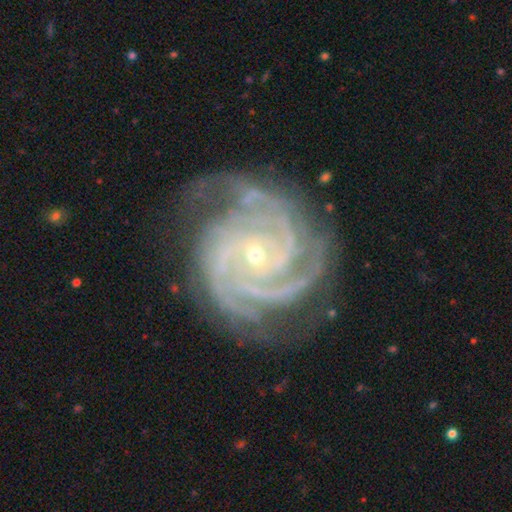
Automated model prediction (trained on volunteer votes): smooth-or-featured: featured or disk: 93% | star or artifact: 5% | smooth: 2%
  disk-edge-on: no: 98% | yes: 2%
    bar: no: 67% | weak: 23% | strong: 10%
    has-spiral-arms: yes: 99% | no: 1%
      spiral-winding: tight: 75% | medium: 23% | loose: 2%
      spiral-arm-count: 3: 36% | 4: 27% | 2: 13% | can't tell: 10% | more than 4: 8% | 1: 7%
    bulge-size: small: 73% | moderate: 25% | large: 1% | none: 1% | dominant: 1%
  merging: none: 73% | minor disturbance: 19% | major disturbance: 7% | merger: 1%